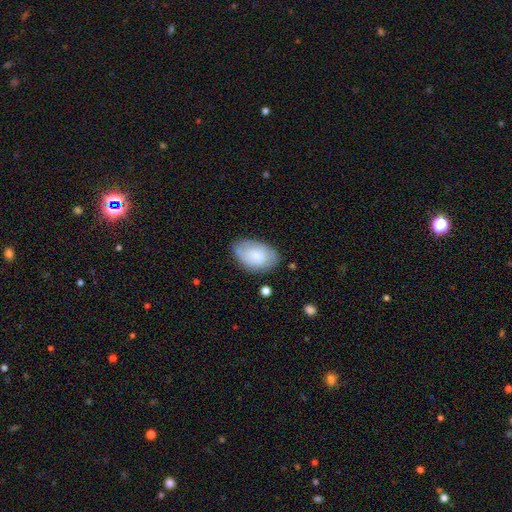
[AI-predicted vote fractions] smooth-or-featured: smooth: 79% | featured or disk: 15% | star or artifact: 6%
  how-rounded: in between: 92% | round: 7% | cigar-shaped: 1%
  merging: none: 70% | minor disturbance: 22% | major disturbance: 5% | merger: 3%